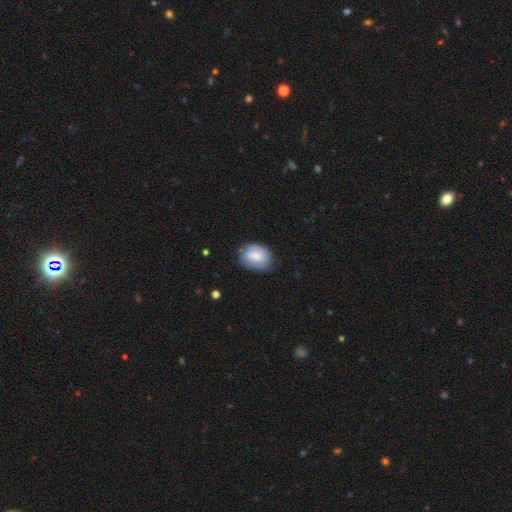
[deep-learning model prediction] A smooth galaxy with no disk features (59%) that is in between round and cigar-shaped (66%). Merging: none (64%).